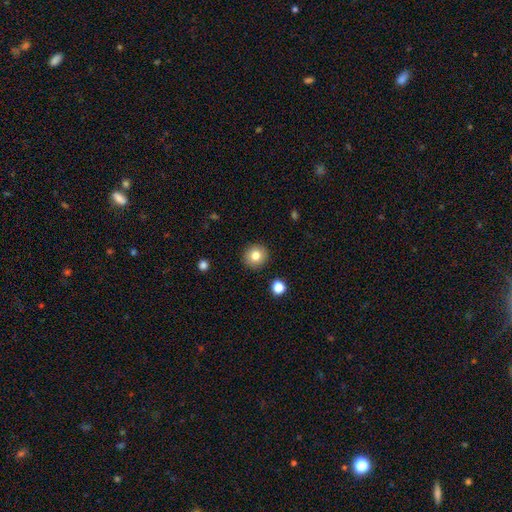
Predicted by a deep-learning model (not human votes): Smooth or featured? Predicted: smooth (p=0.80). How rounded? Predicted: round (p=0.93). Merging? Predicted: none (p=0.91).